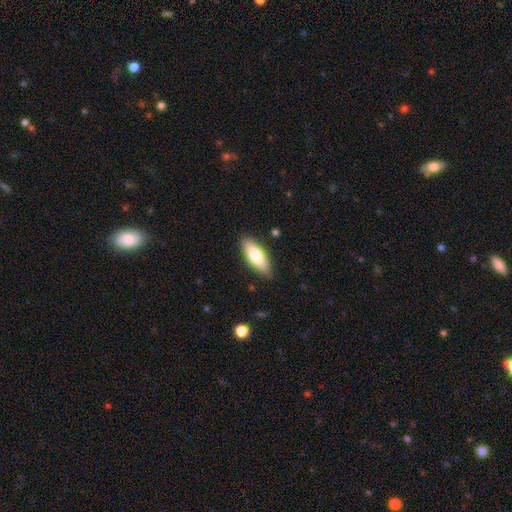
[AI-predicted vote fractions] A smooth galaxy with no disk features (74%) that is in between round and cigar-shaped (72%).

Vote fractions:
- Smooth or featured? smooth: 74% / featured or disk: 20% / star or artifact: 6%
- How rounded? in between: 72% / cigar-shaped: 26% / round: 2%
- Merging? none: 85% / minor disturbance: 11% / major disturbance: 2% / merger: 1%